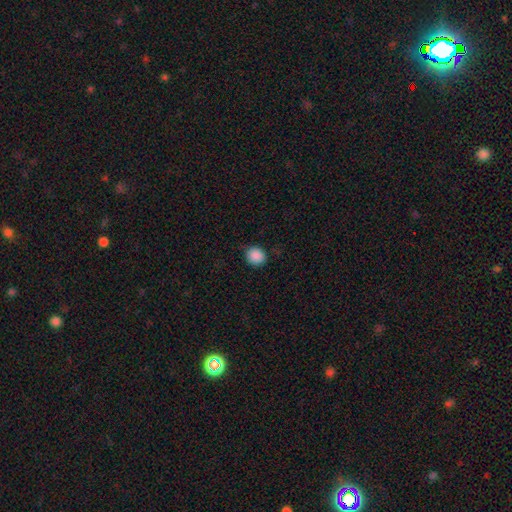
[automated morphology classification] A smooth galaxy with no disk features (88%) that is round (85%).

Vote fractions:
- Smooth or featured? smooth: 88% / star or artifact: 9% / featured or disk: 3%
- How rounded? round: 85% / in between: 14% / cigar-shaped: 1%
- Merging? none: 84% / minor disturbance: 12% / major disturbance: 3% / merger: 1%